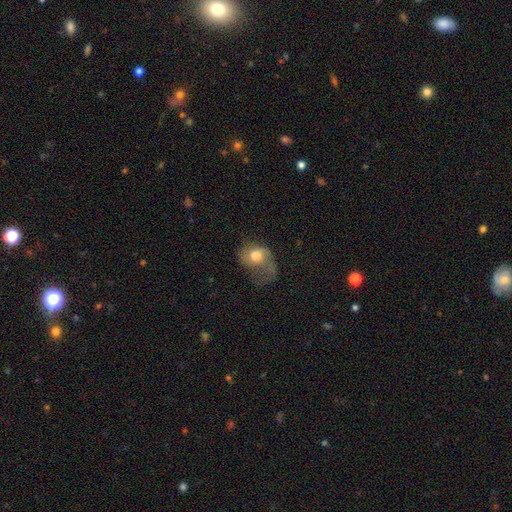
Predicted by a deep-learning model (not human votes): smooth-or-featured: smooth: 56% | featured or disk: 35% | star or artifact: 8%
  how-rounded: in between: 60% | round: 38% | cigar-shaped: 1%
  merging: major disturbance: 56% | minor disturbance: 23% | none: 18% | merger: 3%